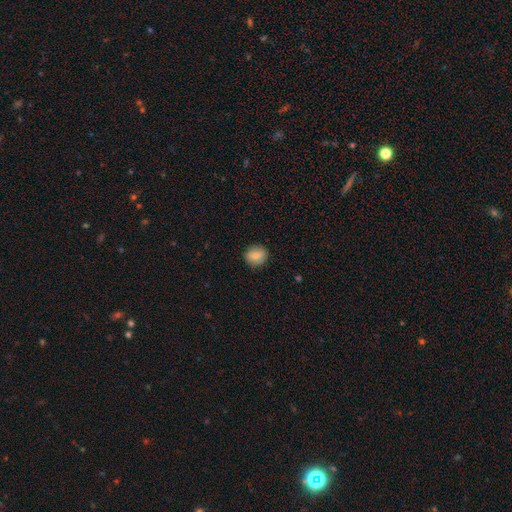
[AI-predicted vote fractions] The model was most divided on "how rounded": round: 81%, in between: 17%, cigar-shaped: 1%. More confident: merging — none (88%); smooth or featured — smooth (79%).